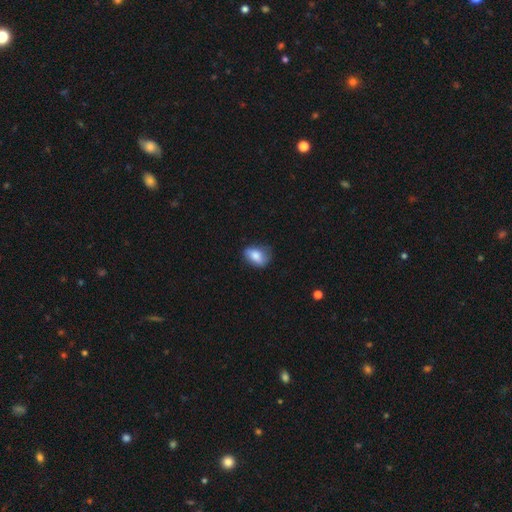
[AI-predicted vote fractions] This is likely a smooth galaxy (77%). How rounded: clearly in between (82%). Merging: possibly none (59%).